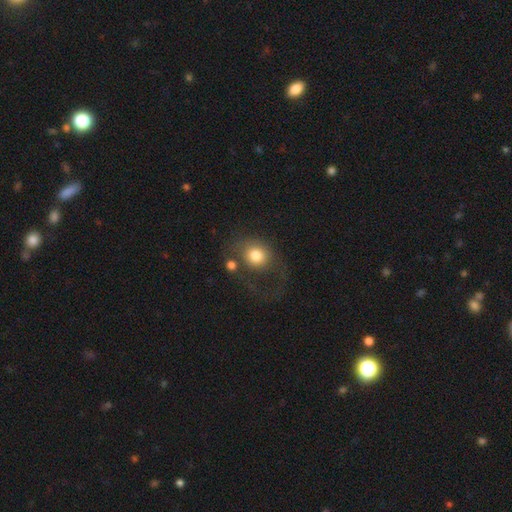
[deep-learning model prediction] A smooth galaxy with no disk features (75%) that is round (74%). Merging: none (35%).